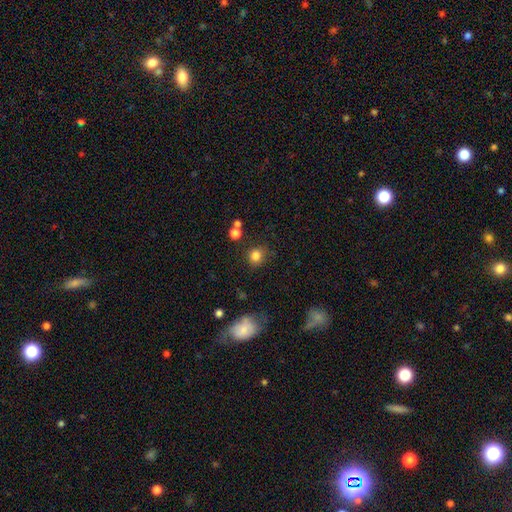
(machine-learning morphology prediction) Smooth or featured: smooth — 82% (star or artifact — 13%)
How rounded: round — 85% (in between — 14%)
Merging: none — 80% (minor disturbance — 12%)